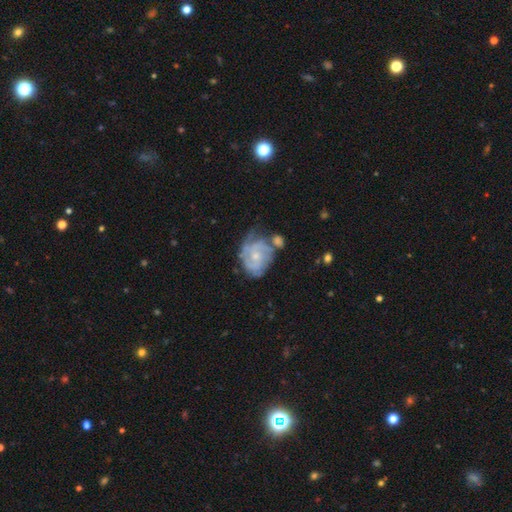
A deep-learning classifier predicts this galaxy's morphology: Smooth or featured? Predicted: featured or disk (p=0.77). Edge-on disk? Predicted: no (p=0.98). Bar? Predicted: no (p=0.73). Spiral arms? Predicted: yes (p=0.88). Spiral winding? Predicted: tight (p=0.60). Spiral arm count? Predicted: can't tell (p=0.38). Bulge size? Predicted: small (p=0.61). Merging? Predicted: none (p=0.39).